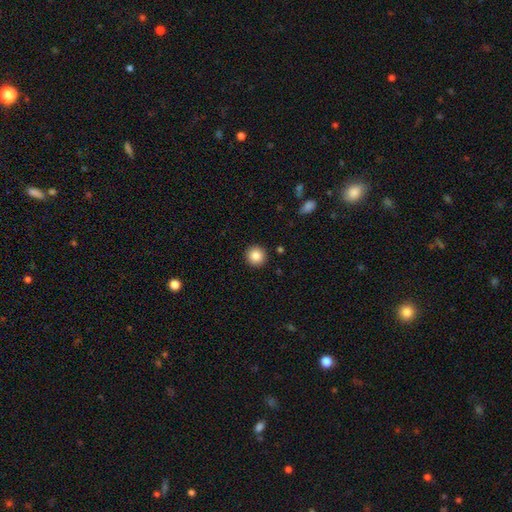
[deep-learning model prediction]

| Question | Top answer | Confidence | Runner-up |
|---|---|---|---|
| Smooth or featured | smooth | 86% | star or artifact (9%) |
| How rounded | round | 95% | in between (4%) |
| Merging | none | 92% | minor disturbance (5%) |